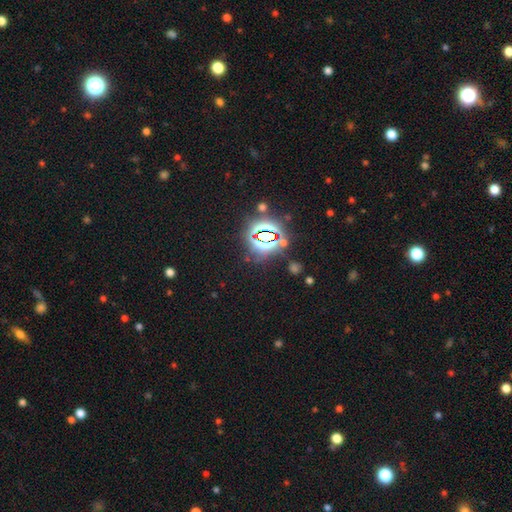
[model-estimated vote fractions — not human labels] A star or artifact, not a galaxy (84%).

Vote fractions:
- Smooth or featured? star or artifact: 84% / smooth: 10% / featured or disk: 6%